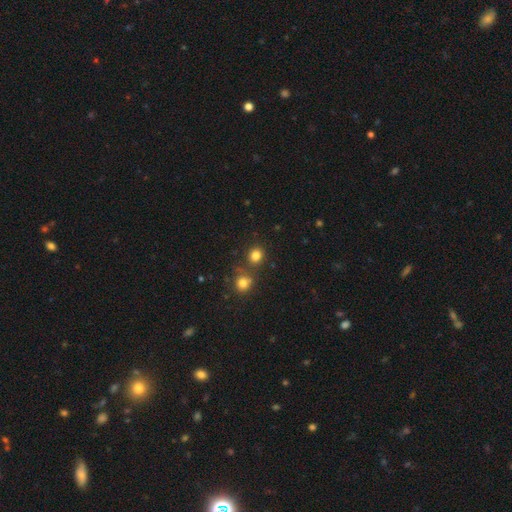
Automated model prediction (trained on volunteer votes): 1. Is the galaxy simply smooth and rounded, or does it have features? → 81% smooth, 14% star or artifact, 5% featured or disk.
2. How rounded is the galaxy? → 81% round, 18% in between, 1% cigar-shaped.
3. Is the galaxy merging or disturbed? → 74% none, 15% merger, 8% minor disturbance, 3% major disturbance.